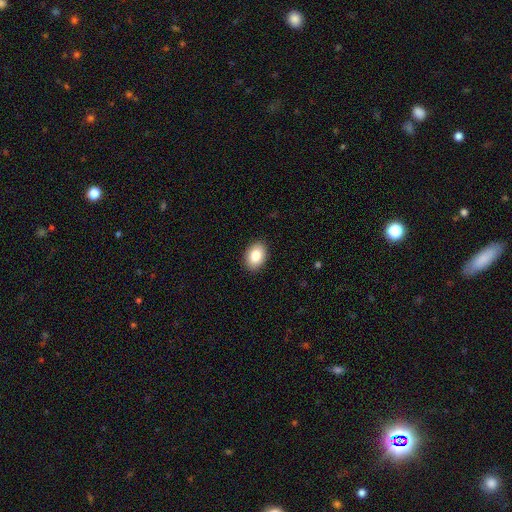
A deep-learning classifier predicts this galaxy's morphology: Smooth or featured? smooth (85%)
How rounded? in between (81%)
Merging? none (90%)